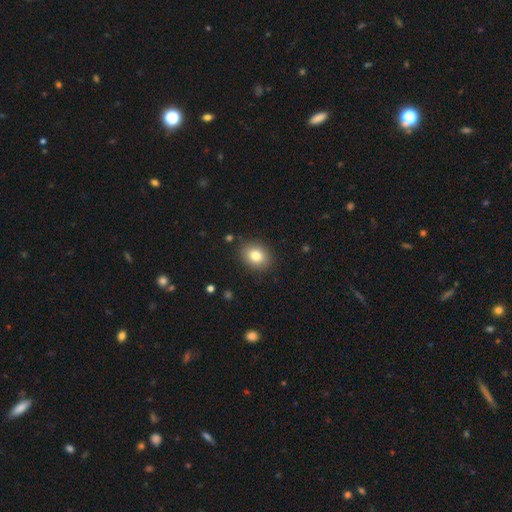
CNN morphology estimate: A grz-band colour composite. It shows a smooth galaxy with no disk features (81%) that is in between round and cigar-shaped (53%). Merging: none (87%).